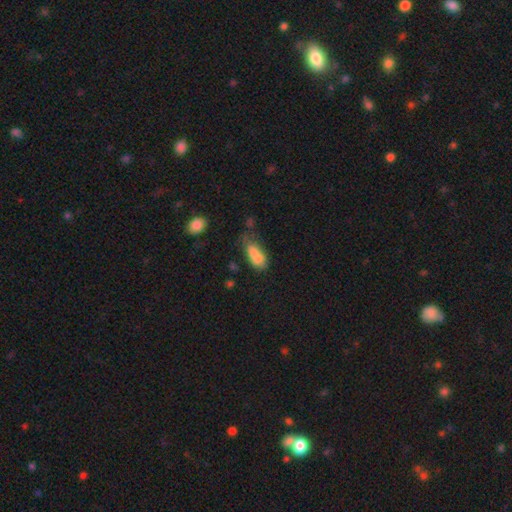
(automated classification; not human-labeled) Overall: smooth (75%). How rounded: in between (80%). Merging: none (29%, tied with minor disturbance).